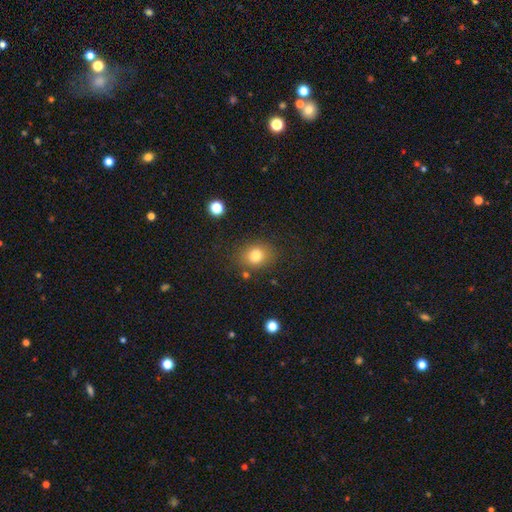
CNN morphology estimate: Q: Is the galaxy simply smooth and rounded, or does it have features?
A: smooth — 80%.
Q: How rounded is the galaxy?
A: round — 59%.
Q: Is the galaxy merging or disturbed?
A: none — 79%.